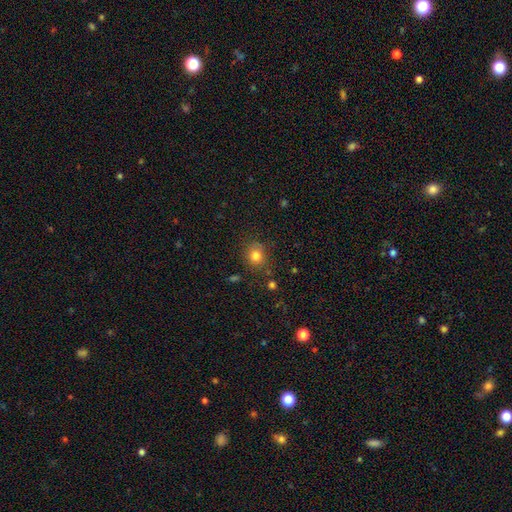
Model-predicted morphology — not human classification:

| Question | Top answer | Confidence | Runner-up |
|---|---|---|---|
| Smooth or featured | smooth | 81% | star or artifact (12%) |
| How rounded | round | 75% | in between (24%) |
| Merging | none | 80% | minor disturbance (13%) |